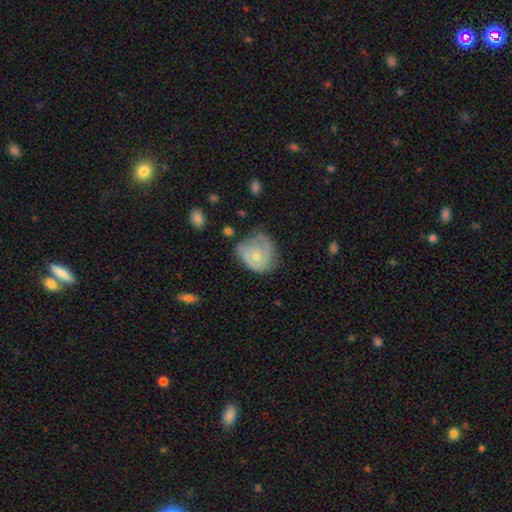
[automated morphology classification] featured or disk 60%, smooth 33%, star or artifact 7%. Down the decision tree: edge-on disk — no (98%); bar — no (78%); spiral arms — yes (81%); bulge size — small (67%); merging — none (50%).